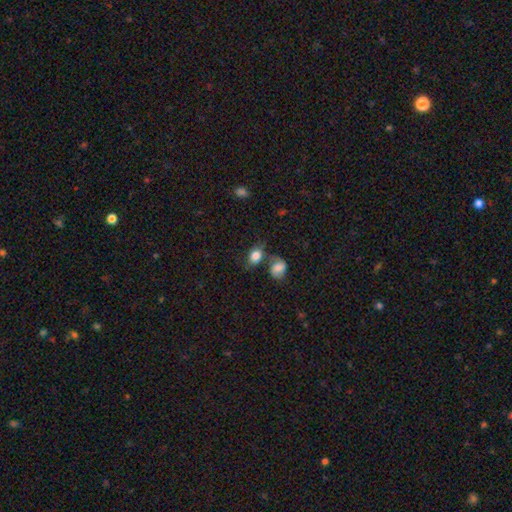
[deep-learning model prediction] Smooth or featured? Predicted: smooth (p=0.82). How rounded? Predicted: in between (p=0.68). Merging? Predicted: none (p=0.51).